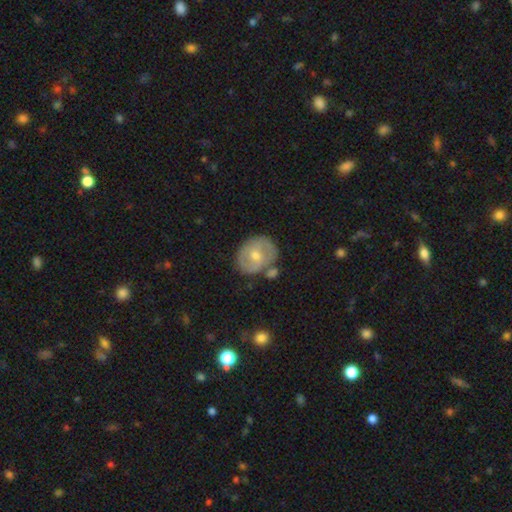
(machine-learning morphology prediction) Smooth or featured? featured or disk (51%)
Edge-on disk? no (95%)
Merging? none (69%)